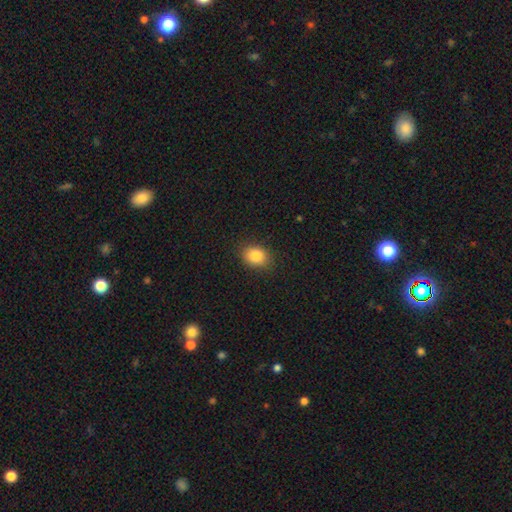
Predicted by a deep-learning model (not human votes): This is clearly a smooth galaxy (85%). How rounded: likely in between (62%). Merging: clearly none (86%).